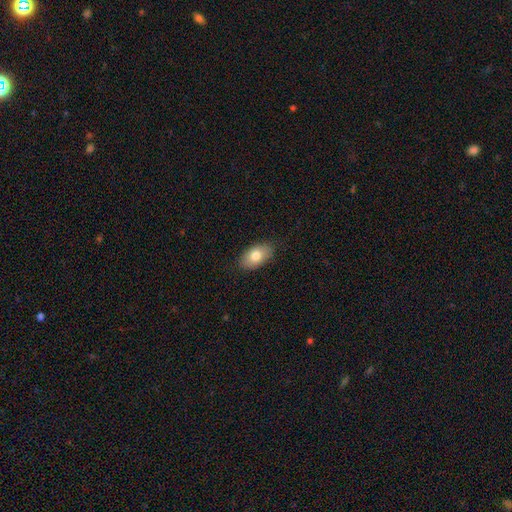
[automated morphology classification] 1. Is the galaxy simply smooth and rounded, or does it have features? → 79% smooth, 14% featured or disk, 7% star or artifact.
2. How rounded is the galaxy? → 92% in between, 6% round, 2% cigar-shaped.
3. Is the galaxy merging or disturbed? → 84% none, 13% minor disturbance, 2% major disturbance, 1% merger.